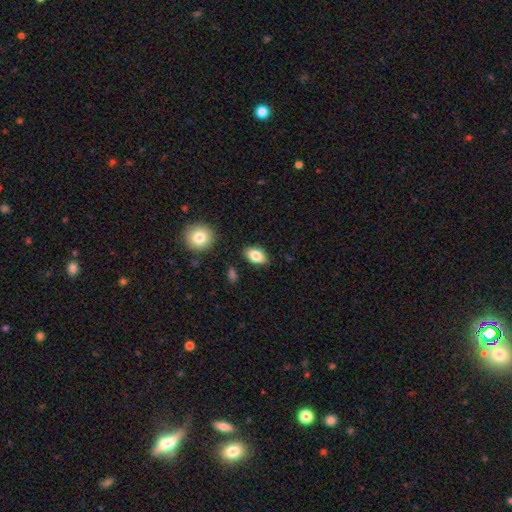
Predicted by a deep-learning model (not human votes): Smooth or featured? smooth (82%)
How rounded? in between (89%)
Merging? none (85%)